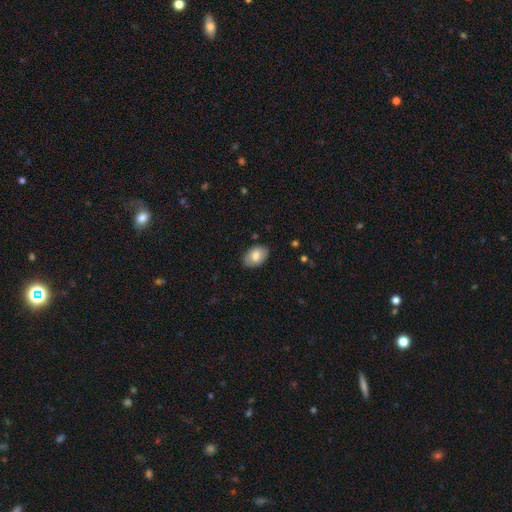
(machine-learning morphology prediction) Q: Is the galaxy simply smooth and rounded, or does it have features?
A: smooth — 79%.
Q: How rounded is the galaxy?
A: in between — 88%.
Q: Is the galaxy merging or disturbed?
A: none — 84%.